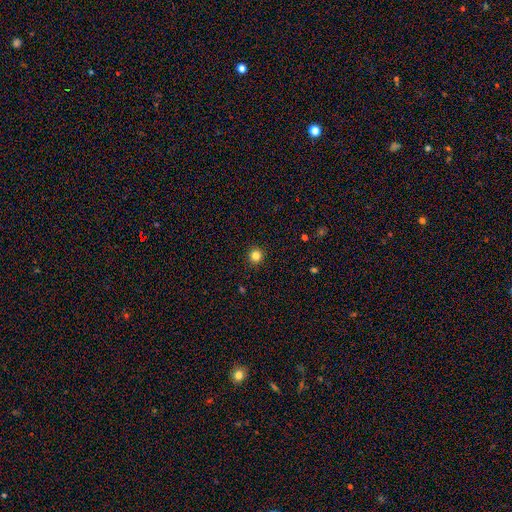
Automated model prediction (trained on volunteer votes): Smooth or featured? smooth (83%)
How rounded? round (95%)
Merging? none (93%)